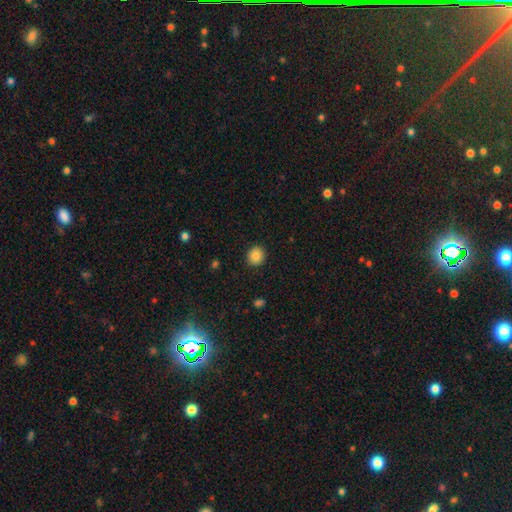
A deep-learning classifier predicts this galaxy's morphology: type=smooth (86%); roundness=round (84%); merging=none (90%).